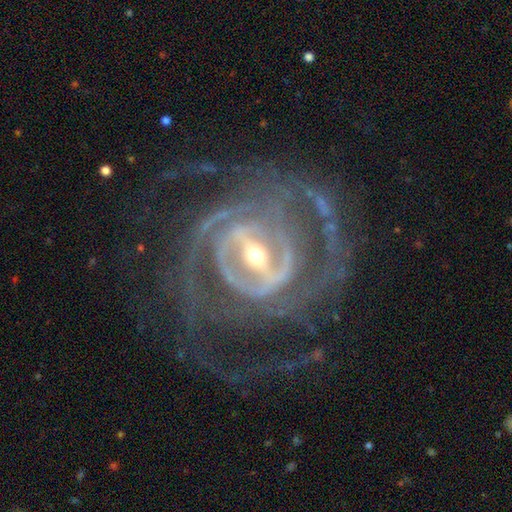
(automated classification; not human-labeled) Smooth or featured: featured or disk — 92% (star or artifact — 5%)
Edge-on disk: no — 97% (yes — 3%)
Bar: strong — 70% (weak — 24%)
Spiral arms: yes — 96% (no — 4%)
Spiral winding: tight — 54% (medium — 36%)
Spiral arm count: 2 — 30% (3 — 20%)
Bulge size: small — 56% (moderate — 38%)
Merging: none — 58% (major disturbance — 25%)